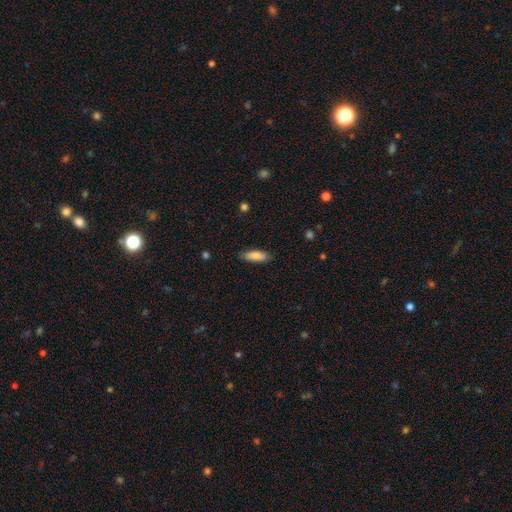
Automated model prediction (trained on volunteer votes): Smooth or featured: smooth — 85% (featured or disk — 9%)
How rounded: in between — 57% (cigar-shaped — 41%)
Merging: none — 85% (minor disturbance — 12%)